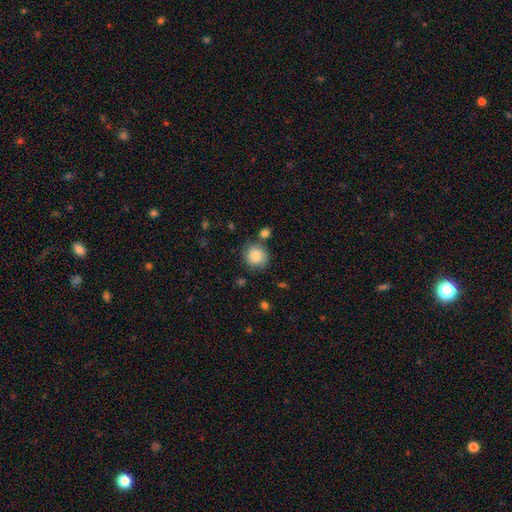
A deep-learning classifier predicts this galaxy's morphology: Overall: smooth (84%). How rounded: round (87%). Merging: none (76%).